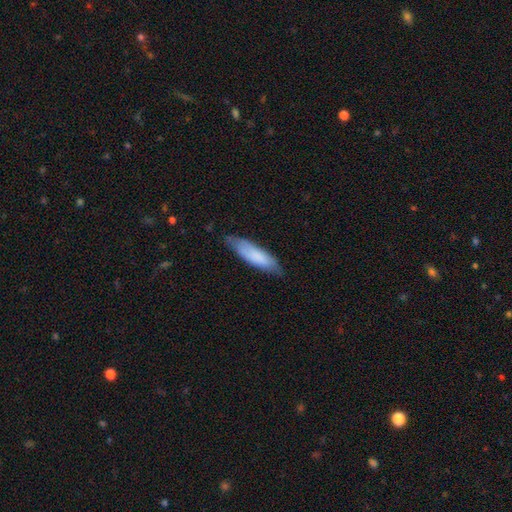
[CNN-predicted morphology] smooth 78%, featured or disk 16%, star or artifact 6%. Down the decision tree: how rounded — cigar-shaped (55%); merging — none (69%).